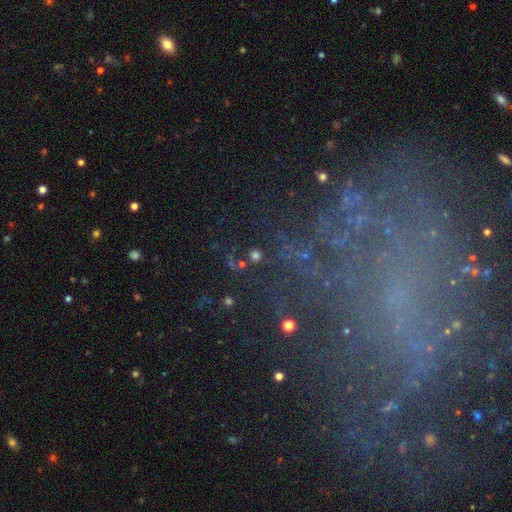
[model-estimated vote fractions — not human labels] Q: Smooth or featured?
A: star or artifact (42%); runner-up: smooth (41%)